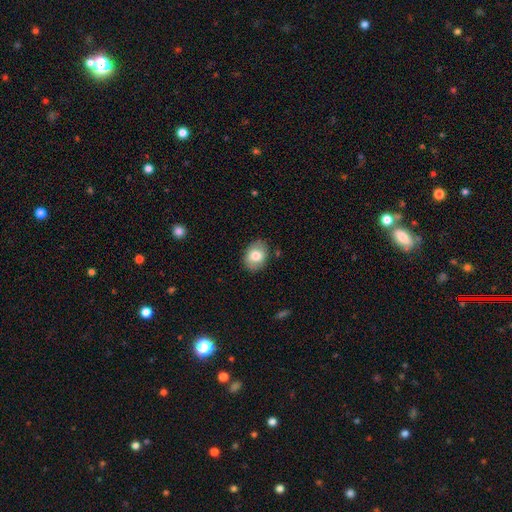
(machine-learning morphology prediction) Smooth or featured? smooth (75%)
How rounded? in between (68%)
Merging? none (83%)